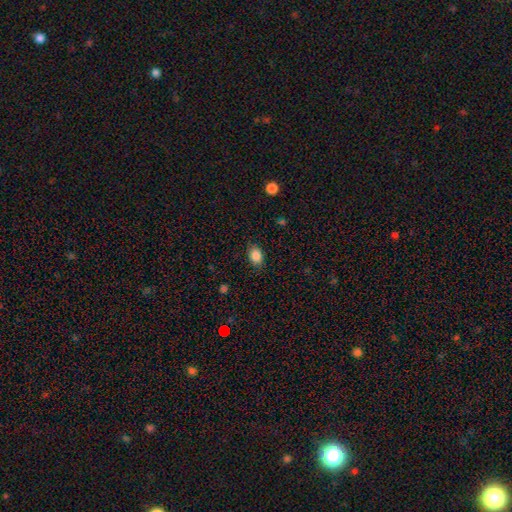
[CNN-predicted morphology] smooth-or-featured: smooth: 86% | star or artifact: 9% | featured or disk: 5%
  how-rounded: in between: 82% | round: 17% | cigar-shaped: 1%
  merging: none: 86% | minor disturbance: 11% | major disturbance: 3% | merger: 1%